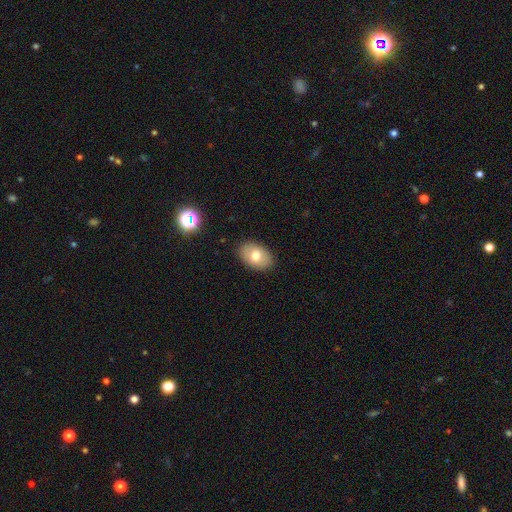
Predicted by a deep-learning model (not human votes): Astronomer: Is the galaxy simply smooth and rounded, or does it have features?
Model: smooth — 73%.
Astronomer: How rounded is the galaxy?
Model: in between — 86%.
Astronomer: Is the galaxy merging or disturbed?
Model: none — 88%.